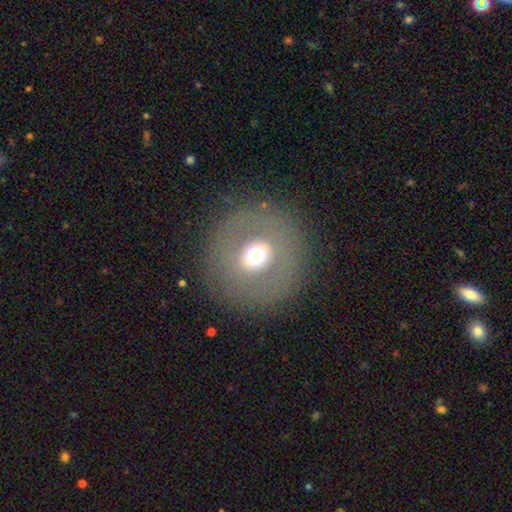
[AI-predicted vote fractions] smooth_or_featured: smooth (p=0.52) [alt: featured or disk p=0.33]
how_rounded: round (p=0.85) [alt: in between p=0.14]
merging: none (p=0.84) [alt: minor disturbance p=0.08]